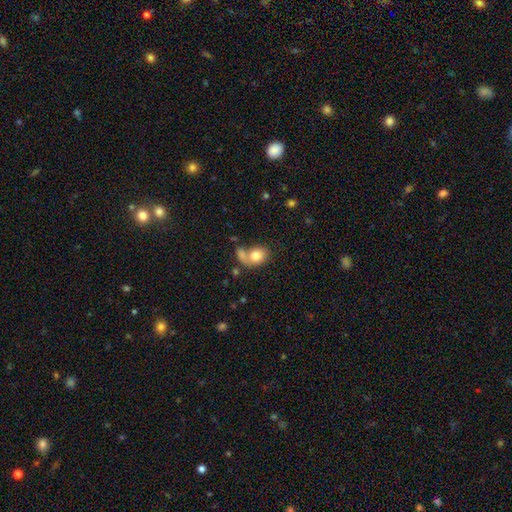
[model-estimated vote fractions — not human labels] smooth 77%, featured or disk 14%, star or artifact 8%. Down the decision tree: how rounded — in between (51%); merging — merger (40%).